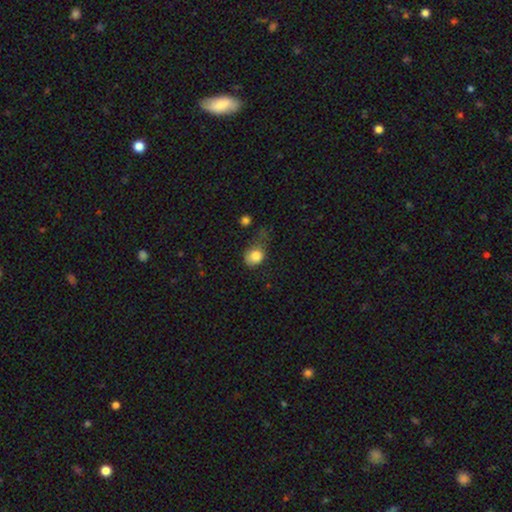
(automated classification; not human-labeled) Overall: smooth (83%). How rounded: round (54%; in between 45%). Merging: minor disturbance (36%; none 34%).